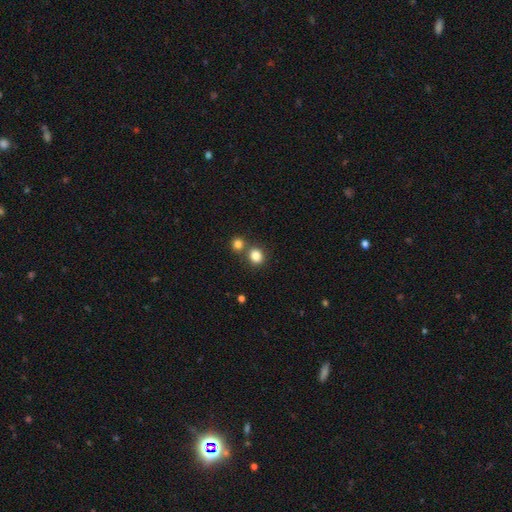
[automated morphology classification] smooth_or_featured: smooth (p=0.84) [alt: star or artifact p=0.11]
how_rounded: round (p=0.77) [alt: in between p=0.22]
merging: none (p=0.61) [alt: merger p=0.28]